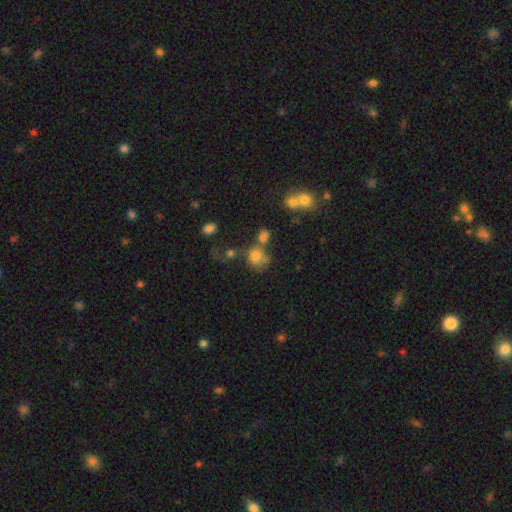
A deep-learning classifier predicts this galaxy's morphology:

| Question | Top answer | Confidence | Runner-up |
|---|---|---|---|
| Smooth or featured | smooth | 73% | star or artifact (16%) |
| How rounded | round | 76% | in between (23%) |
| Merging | none | 46% | merger (30%) |